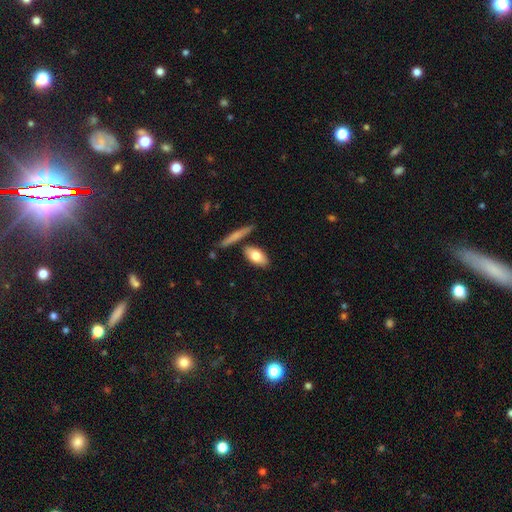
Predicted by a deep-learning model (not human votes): This appears to be a smooth galaxy with no disk features (76%) that is in between round and cigar-shaped (85%). Merging: none (74%).